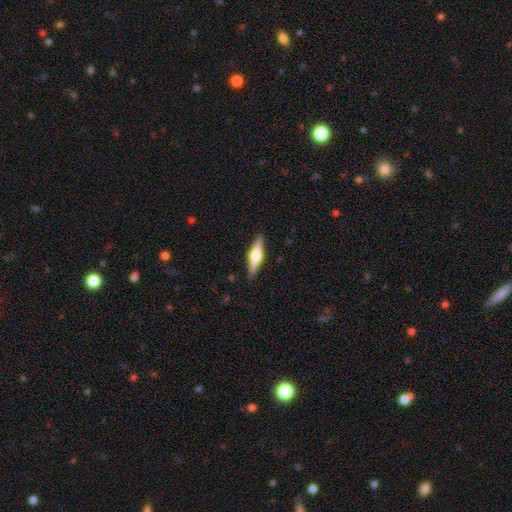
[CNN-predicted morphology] A featured or disk galaxy (65%) viewed edge-on (97%) with a rounded central bulge (91%). Merging: none (90%).